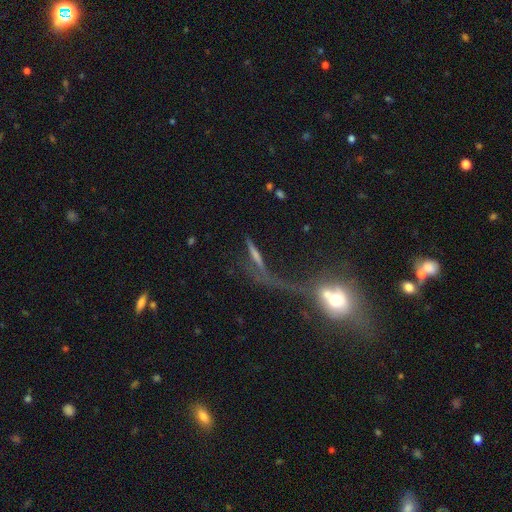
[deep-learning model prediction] A featured or disk galaxy (48%).

Vote fractions:
- Smooth or featured? featured or disk: 48% / smooth: 34% / star or artifact: 18%
- Merging? none: 31% / major disturbance: 28% / merger: 27% / minor disturbance: 14%